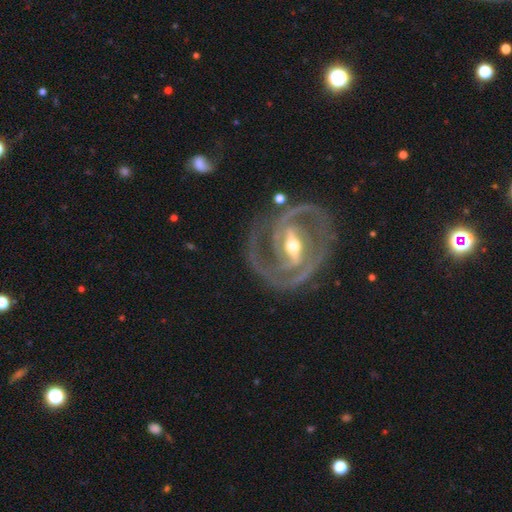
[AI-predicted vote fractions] A featured or disk galaxy (87%) with a strong bar (56%), 2 (71%) tight (50%) spiral arms (83%) and a moderate central bulge (55%). Merging: none (74%).